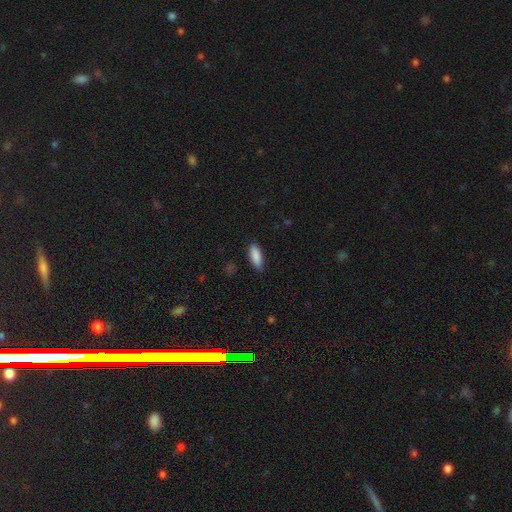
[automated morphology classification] The model was most divided on "how rounded": in between: 74%, cigar-shaped: 24%, round: 2%. More confident: smooth or featured — smooth (90%); merging — none (86%).